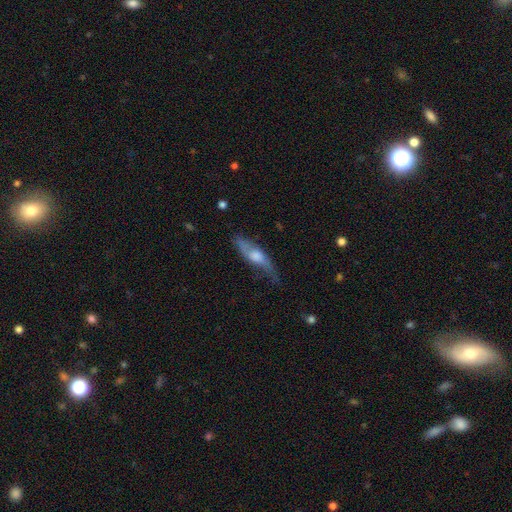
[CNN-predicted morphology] This is possibly a featured or disk galaxy (59%). It is possibly viewed edge-on (59%). Merging: likely none (63%).